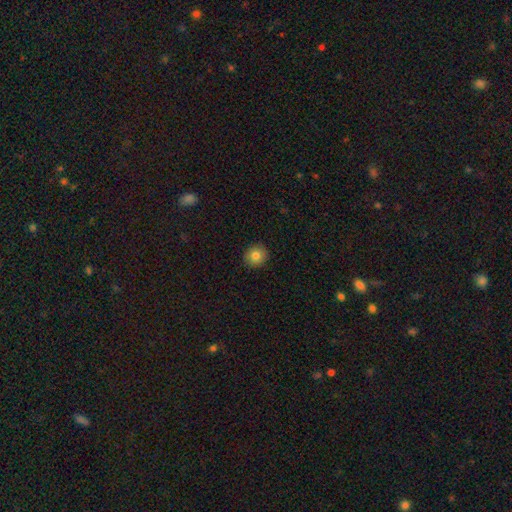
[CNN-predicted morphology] The model was most divided on "smooth or featured": smooth: 81%, star or artifact: 10%, featured or disk: 8%. More confident: merging — none (91%); how rounded — round (88%).